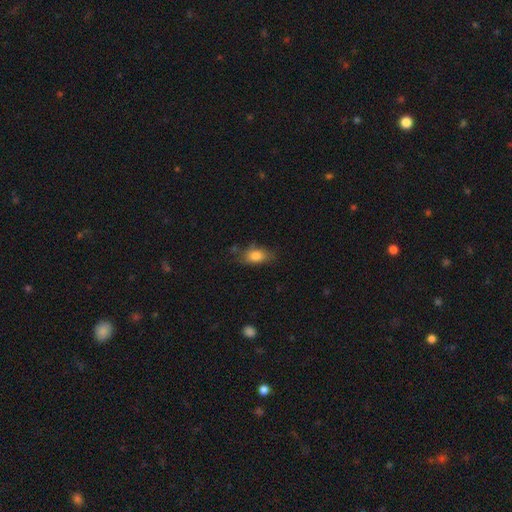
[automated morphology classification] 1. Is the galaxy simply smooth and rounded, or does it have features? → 79% smooth, 12% featured or disk, 9% star or artifact.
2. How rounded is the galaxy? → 82% in between, 12% round, 6% cigar-shaped.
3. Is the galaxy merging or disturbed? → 66% none, 25% minor disturbance, 6% major disturbance, 3% merger.